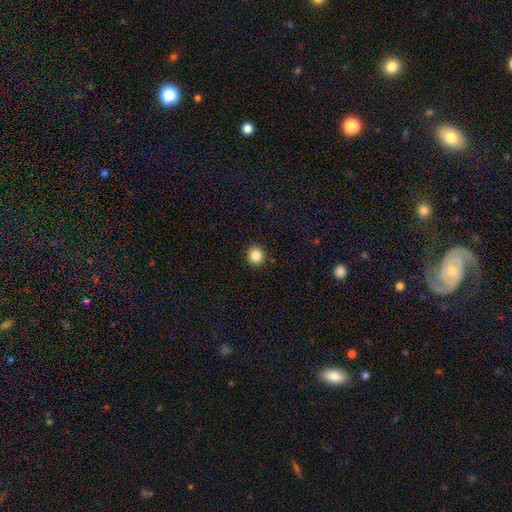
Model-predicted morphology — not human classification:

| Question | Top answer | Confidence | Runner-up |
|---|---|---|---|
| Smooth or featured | smooth | 86% | star or artifact (10%) |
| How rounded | round | 93% | in between (7%) |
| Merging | none | 93% | minor disturbance (5%) |